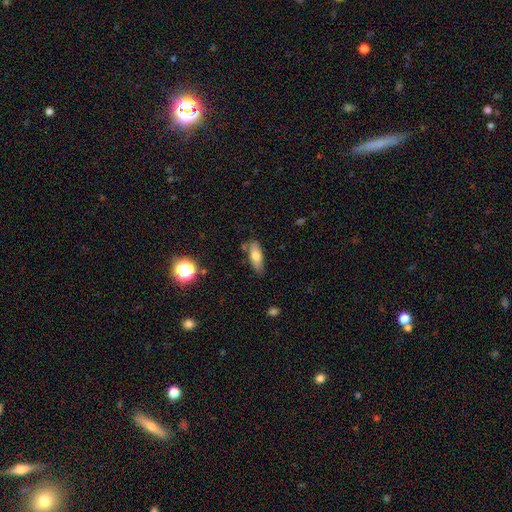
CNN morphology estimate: smooth_or_featured: smooth (p=0.70) [alt: featured or disk p=0.22]
how_rounded: in between (p=0.63) [alt: cigar-shaped p=0.34]
merging: none (p=0.71) [alt: minor disturbance p=0.20]